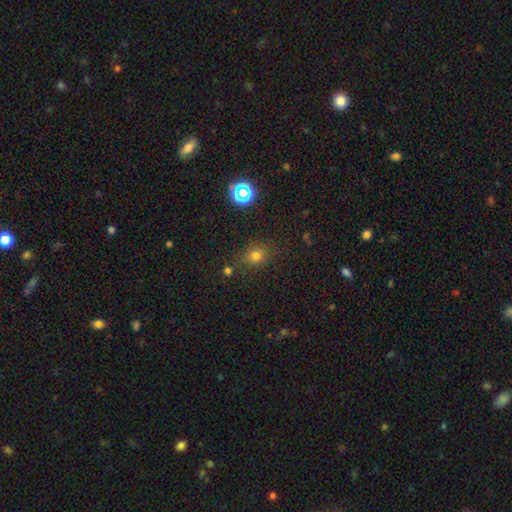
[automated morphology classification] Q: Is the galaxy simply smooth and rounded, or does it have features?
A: smooth — 70%.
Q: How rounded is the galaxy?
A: round — 72%.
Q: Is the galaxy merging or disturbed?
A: none — 81%.